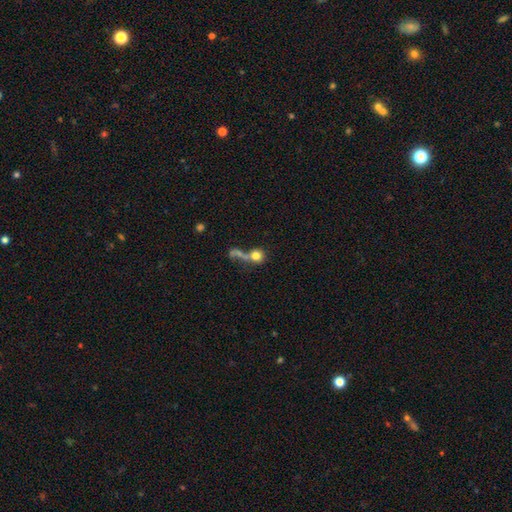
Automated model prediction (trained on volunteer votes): A smooth galaxy with no disk features (73%) that is round (86%).

Vote fractions:
- Smooth or featured? smooth: 73% / featured or disk: 15% / star or artifact: 12%
- How rounded? round: 86% / in between: 11% / cigar-shaped: 2%
- Merging? merger: 42% / none: 35% / major disturbance: 14% / minor disturbance: 9%